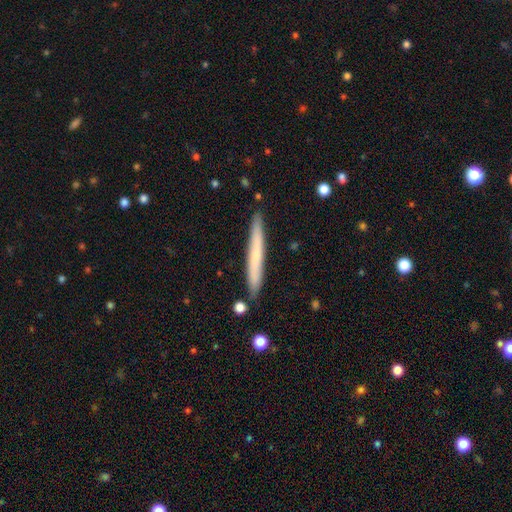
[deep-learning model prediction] This is possibly a smooth galaxy (59%). How rounded: clearly cigar-shaped (97%). Merging: clearly none (89%).